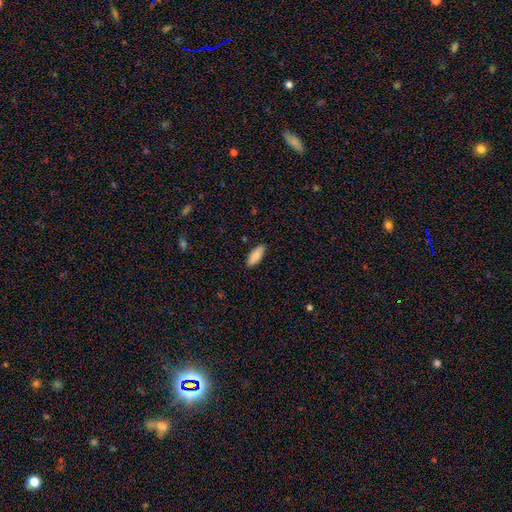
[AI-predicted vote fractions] Smooth or featured?
  - smooth: 89% *
  - star or artifact: 6%
  - featured or disk: 5%
How rounded?
  - in between: 77% *
  - cigar-shaped: 21%
  - round: 2%
Merging?
  - none: 89% *
  - minor disturbance: 8%
  - major disturbance: 2%
  - merger: 1%